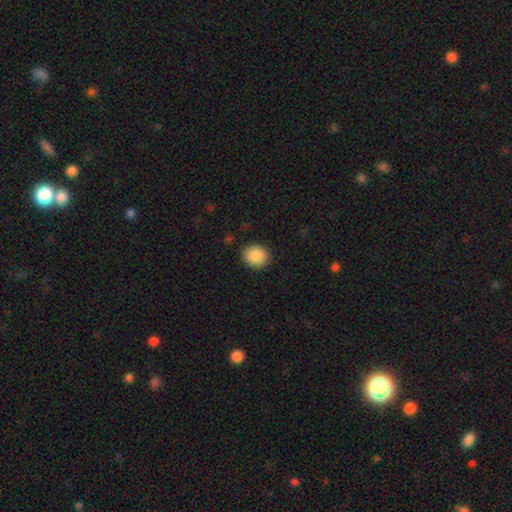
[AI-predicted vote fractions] Q: Smooth or featured?
A: smooth (89%); runner-up: star or artifact (7%)
Q: How rounded?
A: round (71%); runner-up: in between (29%)
Q: Merging?
A: none (90%); runner-up: minor disturbance (7%)